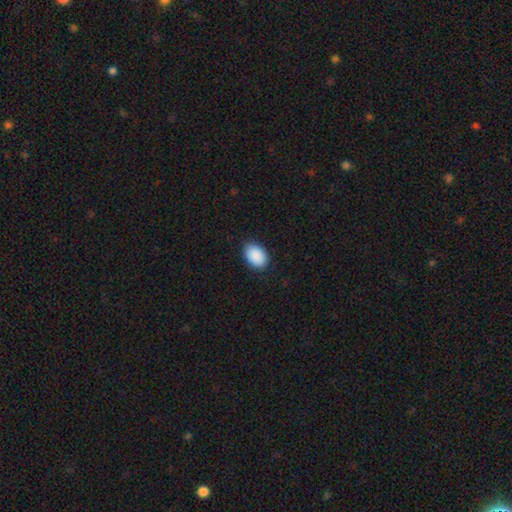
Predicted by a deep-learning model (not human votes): Overall: smooth (91%). How rounded: in between (87%). Merging: none (88%).